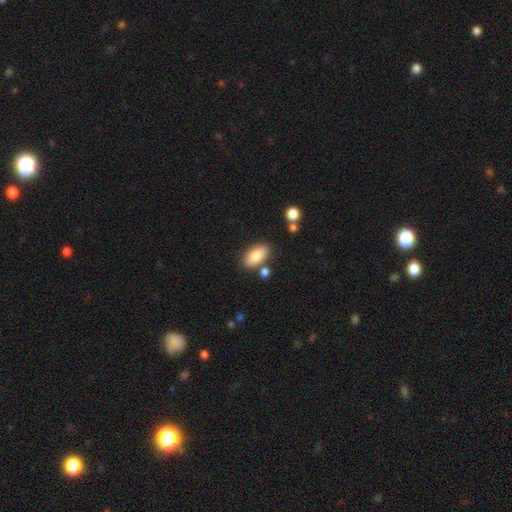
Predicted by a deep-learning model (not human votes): The model was most divided on "merging": none: 77%, minor disturbance: 12%, merger: 8%, major disturbance: 3%. More confident: how rounded — in between (92%); smooth or featured — smooth (83%).